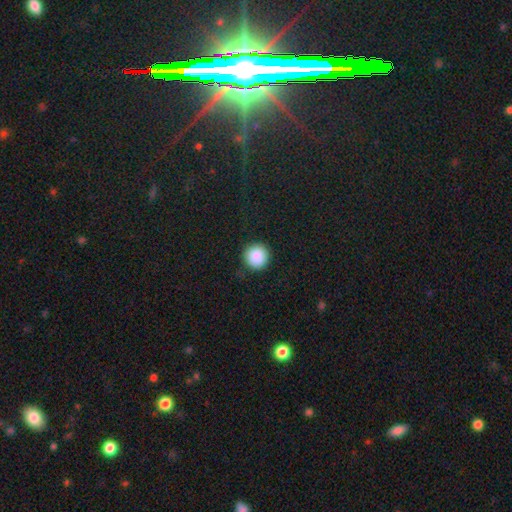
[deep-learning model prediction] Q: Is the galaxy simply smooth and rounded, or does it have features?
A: smooth — 88%.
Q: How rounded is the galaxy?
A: round — 95%.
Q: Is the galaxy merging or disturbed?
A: none — 88%.